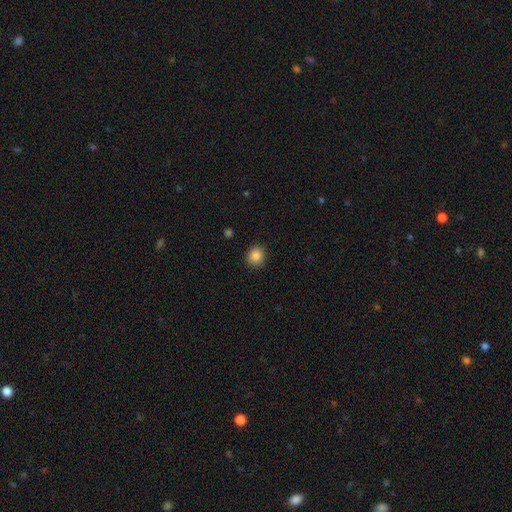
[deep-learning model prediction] smooth_or_featured: smooth (p=0.86) [alt: star or artifact p=0.10]
how_rounded: round (p=0.81) [alt: in between p=0.18]
merging: none (p=0.89) [alt: minor disturbance p=0.08]